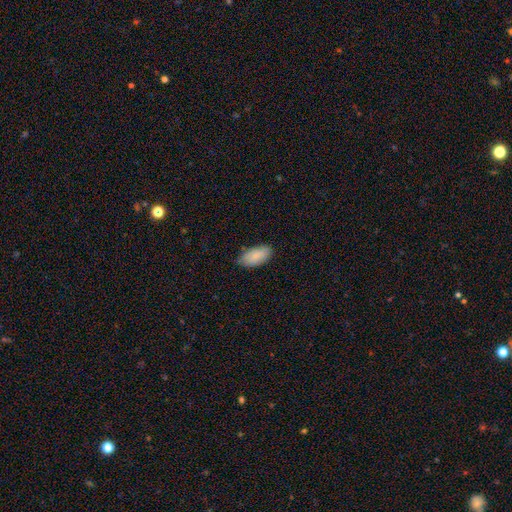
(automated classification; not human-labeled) Overall: smooth (87%). How rounded: in between (93%). Merging: none (80%).